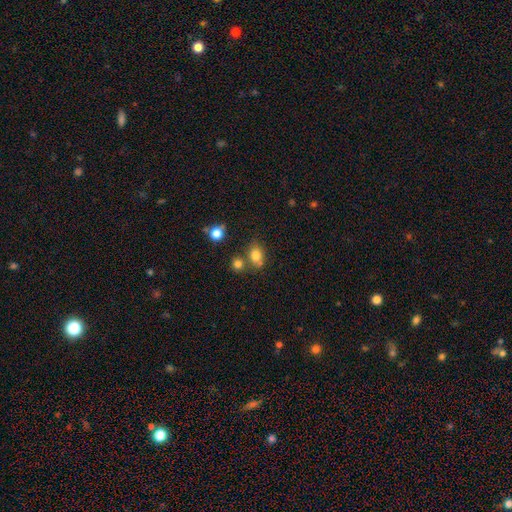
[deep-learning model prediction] The model was most divided on "how rounded": in between: 55%, round: 43%, cigar-shaped: 1%. More confident: smooth or featured — smooth (78%); merging — none (59%).